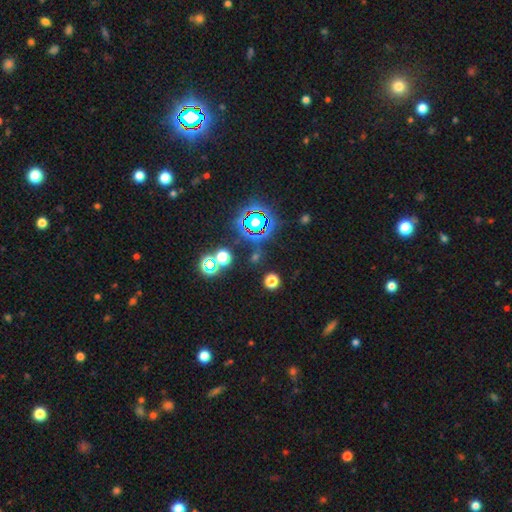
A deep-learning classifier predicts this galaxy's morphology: Smooth or featured? Predicted: star or artifact (p=0.62).